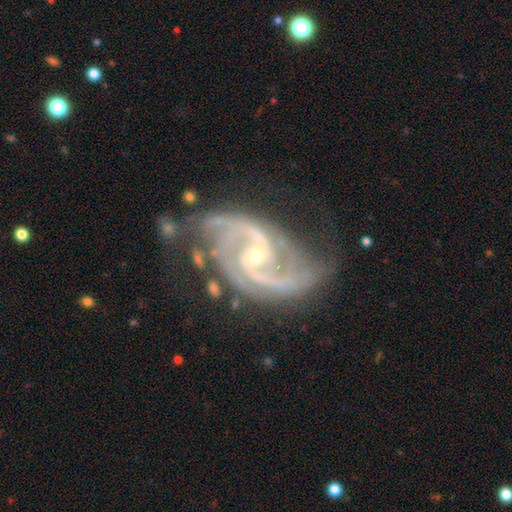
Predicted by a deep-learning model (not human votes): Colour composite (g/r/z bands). It shows a featured or disk galaxy (92%) with a weak bar (43%), 2 (72%) medium (58%) spiral arms (98%) and a small central bulge (70%). Merging: none (58%).